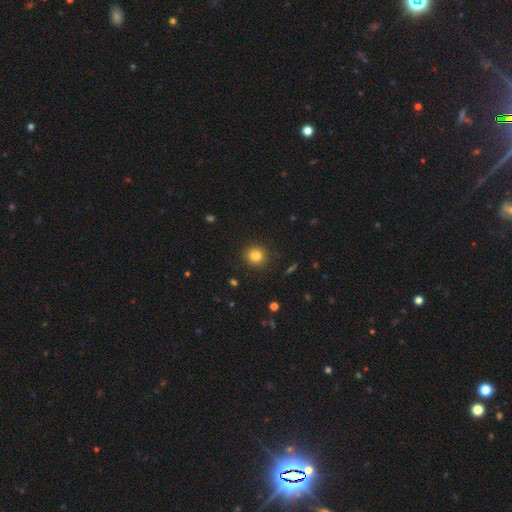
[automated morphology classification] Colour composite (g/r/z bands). It shows a smooth galaxy with no disk features (82%) that is round (91%). Merging: none (91%).